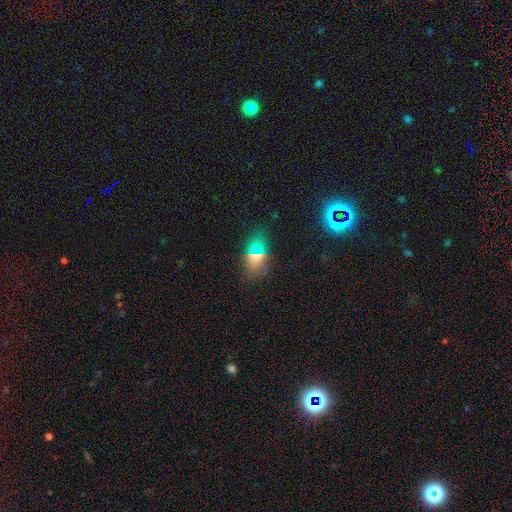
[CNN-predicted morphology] Smooth or featured? Predicted: smooth (p=0.63). How rounded? Predicted: in between (p=0.85). Merging? Predicted: none (p=0.80).